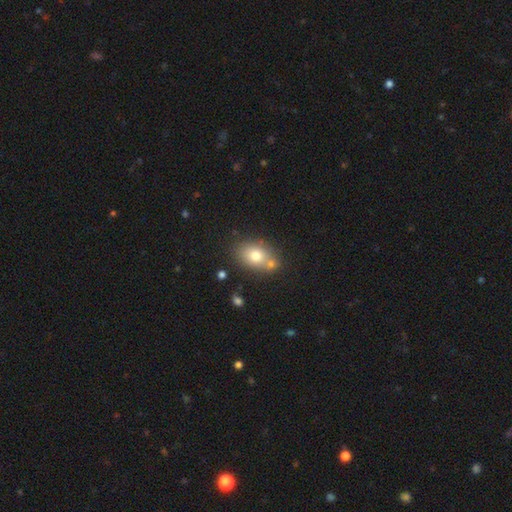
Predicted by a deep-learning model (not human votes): Q: Smooth or featured?
A: smooth (75%); runner-up: featured or disk (15%)
Q: How rounded?
A: in between (73%); runner-up: round (25%)
Q: Merging?
A: none (63%); runner-up: merger (21%)